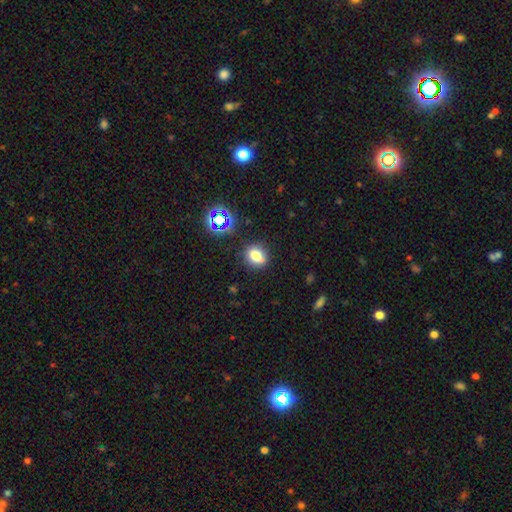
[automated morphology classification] Smooth or featured? smooth (71%)
How rounded? round (50%)
Merging? none (78%)